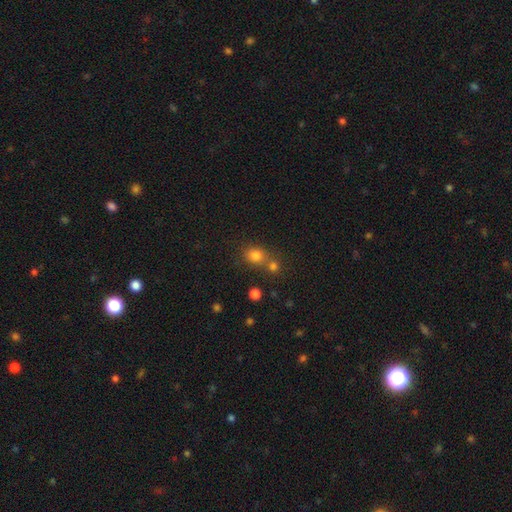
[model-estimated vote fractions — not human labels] A smooth galaxy with no disk features (79%) that is round (69%). Merging: none (54%).